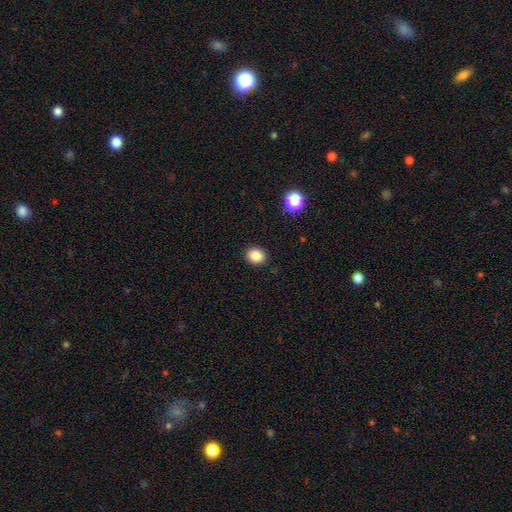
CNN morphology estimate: A smooth galaxy with no disk features (85%) that is round (69%). Merging: none (90%).